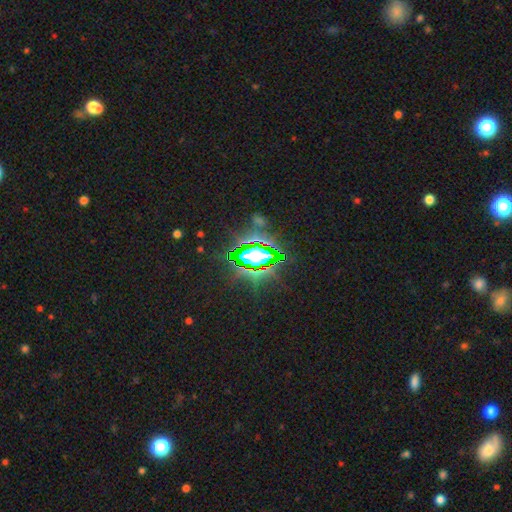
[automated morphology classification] A star or artifact, not a galaxy (76%).